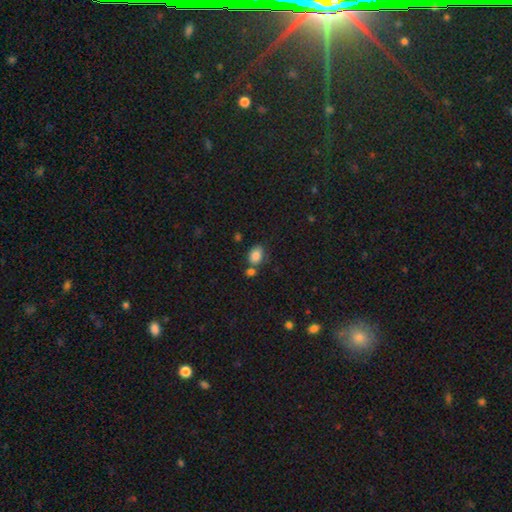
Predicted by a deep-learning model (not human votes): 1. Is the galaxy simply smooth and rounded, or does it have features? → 85% smooth, 9% star or artifact, 6% featured or disk.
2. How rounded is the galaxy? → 77% in between, 21% round, 1% cigar-shaped.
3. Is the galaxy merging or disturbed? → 57% none, 23% merger, 15% minor disturbance, 5% major disturbance.